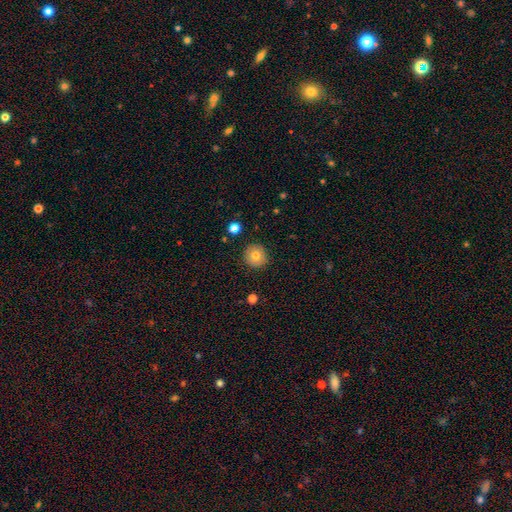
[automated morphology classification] Smooth or featured?
  - smooth: 79% *
  - featured or disk: 12%
  - star or artifact: 9%
How rounded?
  - round: 94% *
  - in between: 5%
  - cigar-shaped: 1%
Merging?
  - none: 91% *
  - minor disturbance: 6%
  - major disturbance: 2%
  - merger: 1%